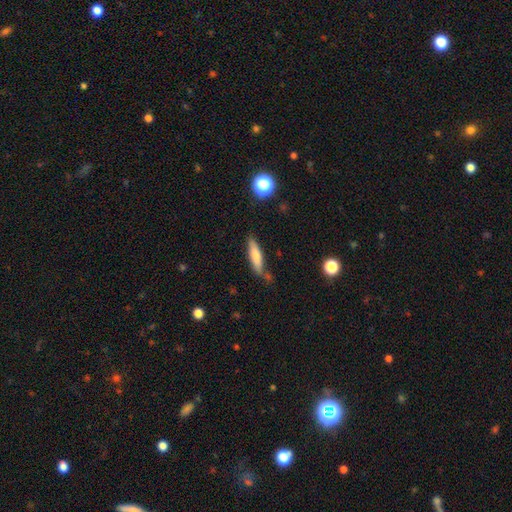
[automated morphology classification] Smooth or featured? Predicted: smooth (p=0.71). How rounded? Predicted: cigar-shaped (p=0.76). Merging? Predicted: none (p=0.72).